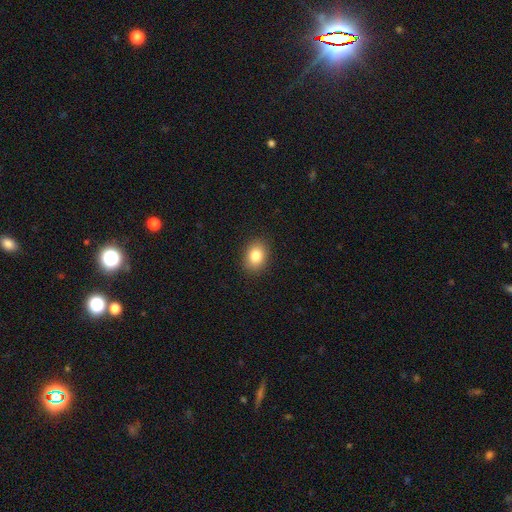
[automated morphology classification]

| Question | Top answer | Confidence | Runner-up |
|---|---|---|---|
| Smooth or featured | smooth | 83% | star or artifact (10%) |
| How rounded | in between | 57% | round (42%) |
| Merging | none | 89% | minor disturbance (8%) |